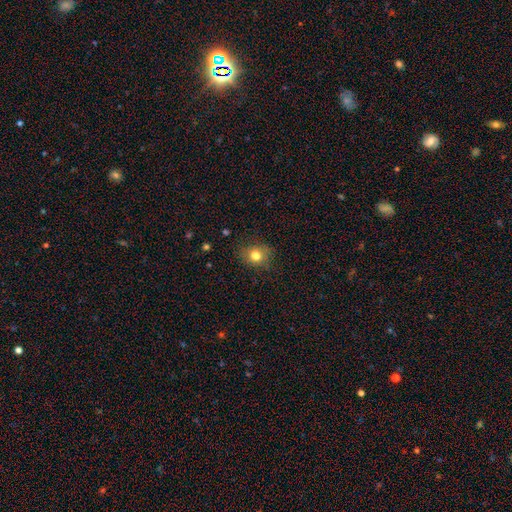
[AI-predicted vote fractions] Smooth or featured: smooth — 78% (star or artifact — 12%)
How rounded: round — 63% (in between — 36%)
Merging: none — 81% (minor disturbance — 14%)